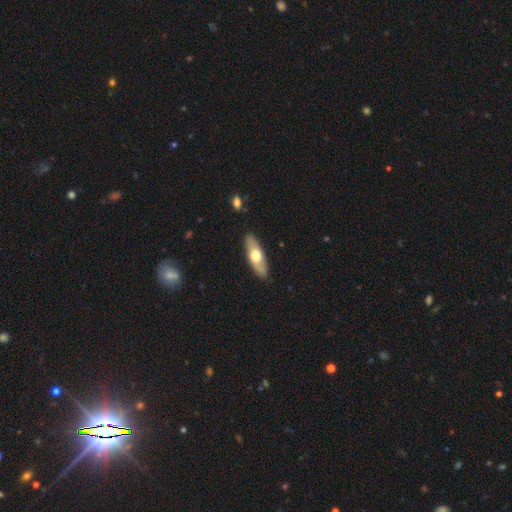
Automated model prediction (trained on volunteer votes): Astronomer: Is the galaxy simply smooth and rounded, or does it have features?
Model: smooth — 57% (runner-up: featured or disk, 38%).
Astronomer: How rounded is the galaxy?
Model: in between — 58% (runner-up: cigar-shaped, 40%).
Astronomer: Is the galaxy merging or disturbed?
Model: none — 88%.